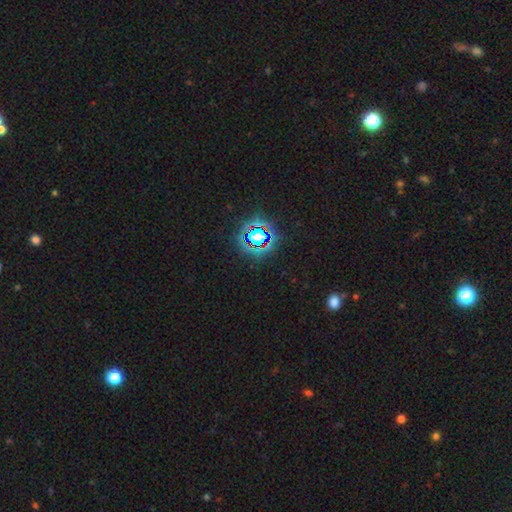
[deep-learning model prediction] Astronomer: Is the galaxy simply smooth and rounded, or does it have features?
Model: star or artifact — 79%.